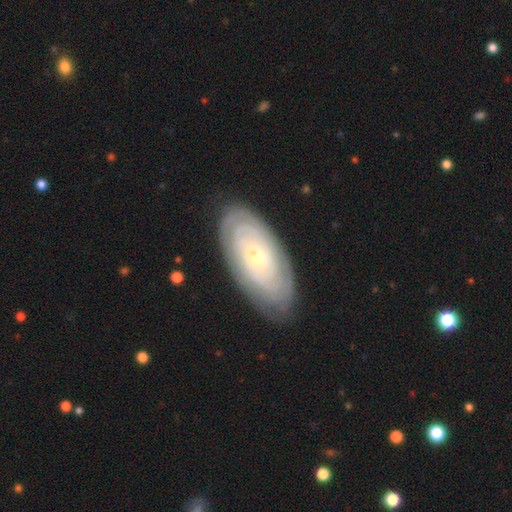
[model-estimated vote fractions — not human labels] Smooth or featured? featured or disk (77%)
Edge-on disk? no (92%)
Bar? no (66%)
Spiral arms? yes (87%)
Spiral winding? tight (86%)
Spiral arm count? can't tell (58%)
Bulge size? moderate (50%)
Merging? none (82%)